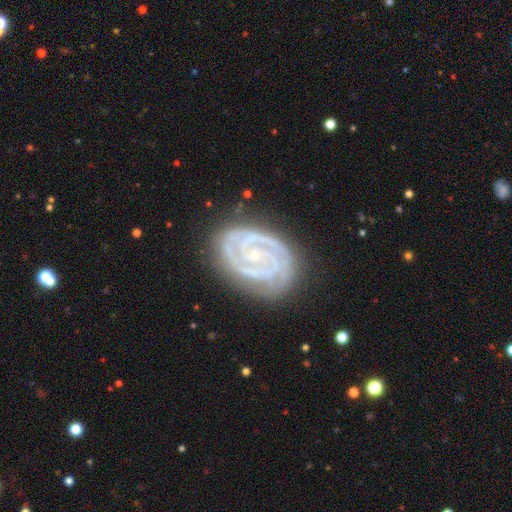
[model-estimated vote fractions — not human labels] A featured or disk galaxy (90%) with no bar (52%), 2 (58%) tight (80%) spiral arms (98%) and a small central bulge (79%). Merging: none (78%).